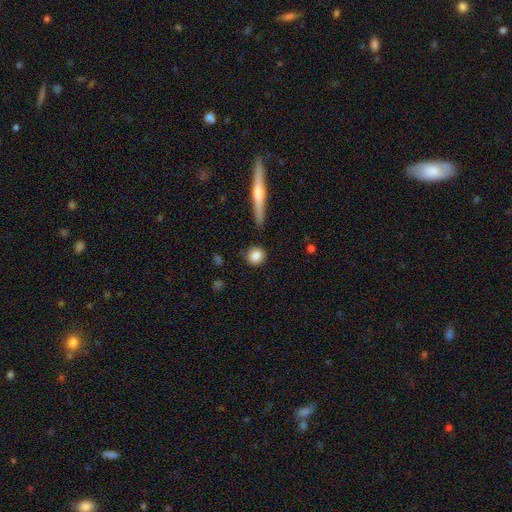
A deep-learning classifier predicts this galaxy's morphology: This is clearly a smooth galaxy (84%). How rounded: clearly round (86%). Merging: clearly none (85%).